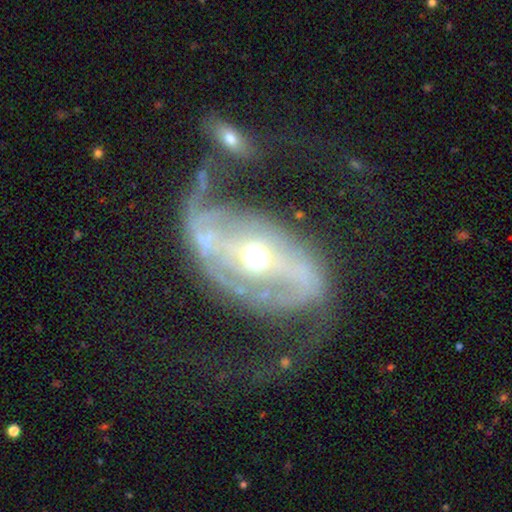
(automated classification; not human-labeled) This is clearly a featured or disk galaxy (85%). It is clearly not viewed edge-on (95%). Bar: marginally strong (35%, tied with no). Spiral arm pattern: clearly yes (81%). Spiral arm count: clearly 2 (80%). Spiral winding: marginally loose (43%). Central bulge: likely moderate (74%). Merging: marginally none (39%).